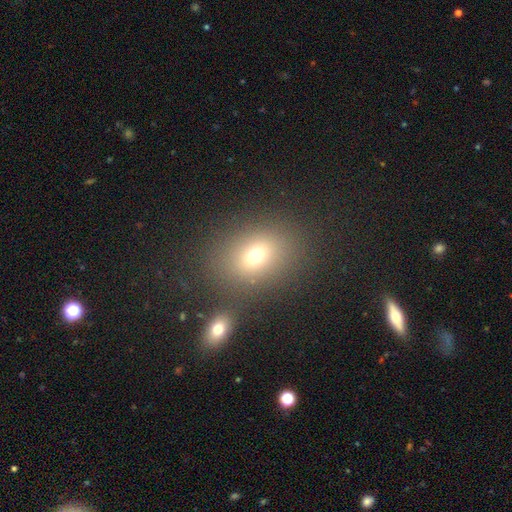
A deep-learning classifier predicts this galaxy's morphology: smooth_or_featured: smooth (p=0.70) [alt: star or artifact p=0.16]
how_rounded: in between (p=0.63) [alt: round p=0.35]
merging: none (p=0.74) [alt: merger p=0.11]